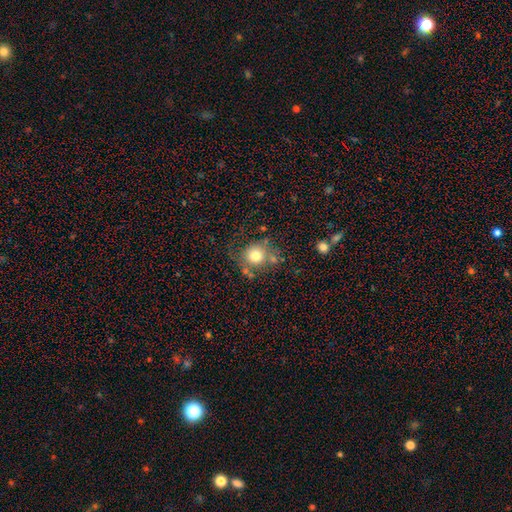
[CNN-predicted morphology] smooth 73%, featured or disk 16%, star or artifact 11%. Down the decision tree: how rounded — round (86%); merging — none (59%).